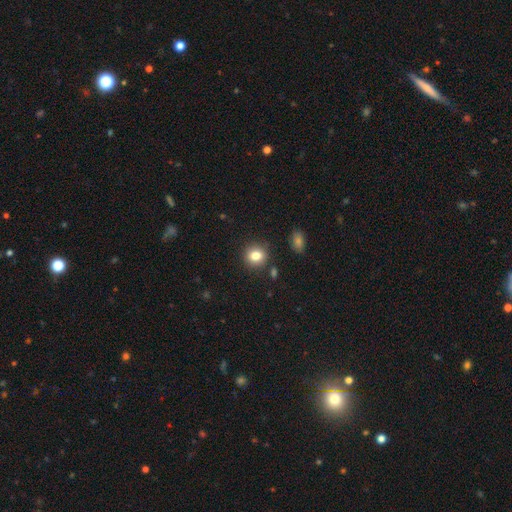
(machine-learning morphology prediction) The model was most divided on "how rounded": round: 83%, in between: 16%, cigar-shaped: 1%. More confident: merging — none (87%); smooth or featured — smooth (82%).